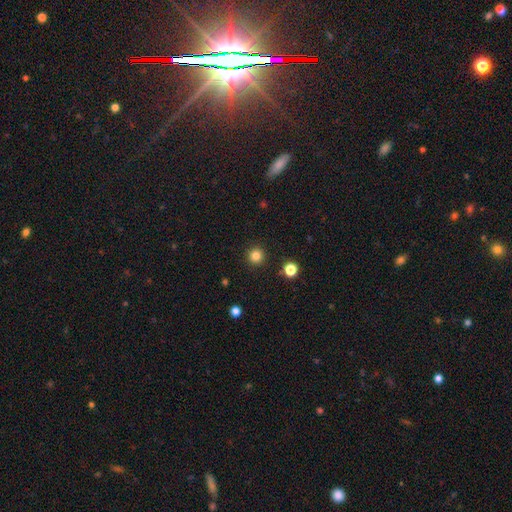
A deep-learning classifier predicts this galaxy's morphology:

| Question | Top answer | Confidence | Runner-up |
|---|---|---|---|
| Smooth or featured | smooth | 83% | star or artifact (13%) |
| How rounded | round | 96% | in between (3%) |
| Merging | none | 92% | minor disturbance (5%) |